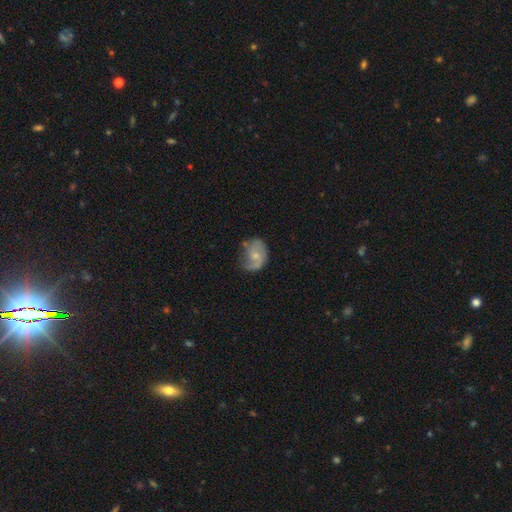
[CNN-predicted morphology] A featured or disk galaxy (60%) with no bar (68%), spiral arms (82%) and a small central bulge (51%).

Vote fractions:
- Smooth or featured? featured or disk: 60% / smooth: 33% / star or artifact: 7%
- Edge-on disk? no: 97% / yes: 3%
- Bar? no: 68% / weak: 28% / strong: 4%
- Spiral arms? yes: 82% / no: 18%
- Bulge size? small: 51% / moderate: 38% / none: 7% / large: 2% / dominant: 1%
- Merging? none: 49% / minor disturbance: 30% / major disturbance: 17% / merger: 4%